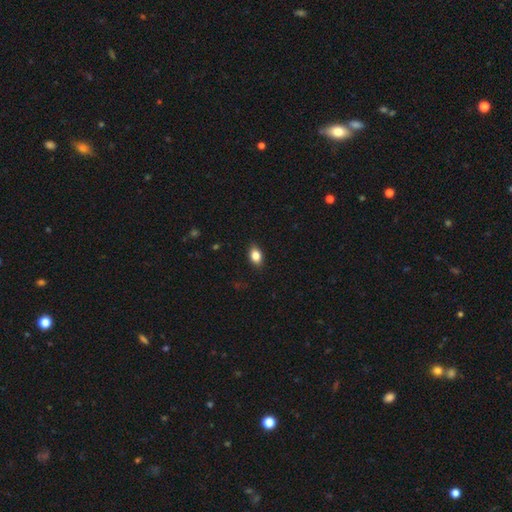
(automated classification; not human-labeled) Smooth or featured? smooth (83%)
How rounded? in between (82%)
Merging? none (87%)